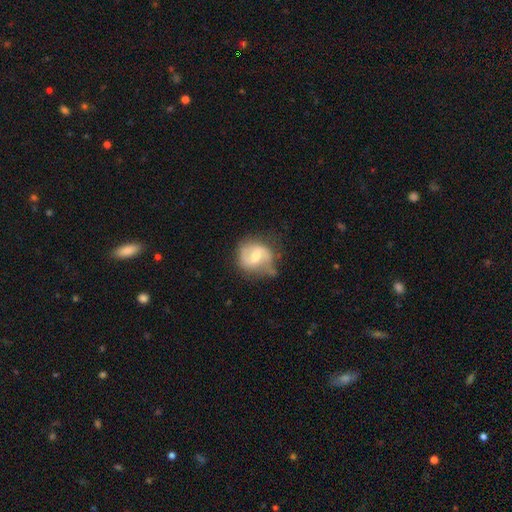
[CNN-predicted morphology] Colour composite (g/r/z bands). It shows a featured or disk galaxy (70%) with a weak bar (55%), 2 (82%) medium (47%) spiral arms (88%) and a moderate central bulge (58%). Merging: none (53%).